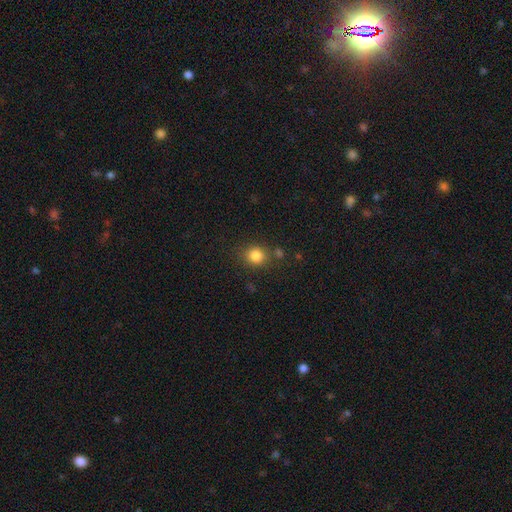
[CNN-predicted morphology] type=smooth (84%); roundness=round (80%); merging=none (78%).